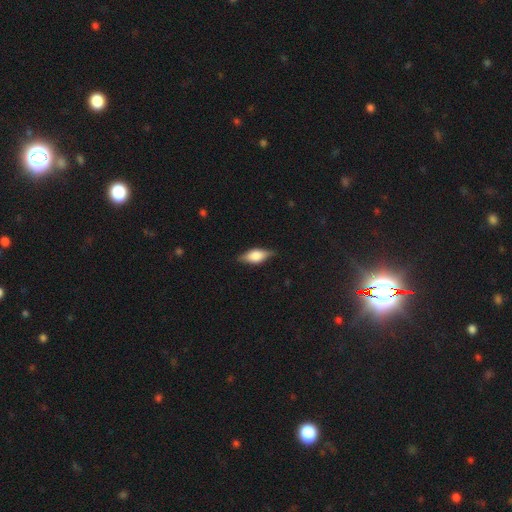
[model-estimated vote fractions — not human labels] smooth_or_featured: smooth (p=0.50) [alt: featured or disk p=0.43]
merging: none (p=0.80) [alt: minor disturbance p=0.16]